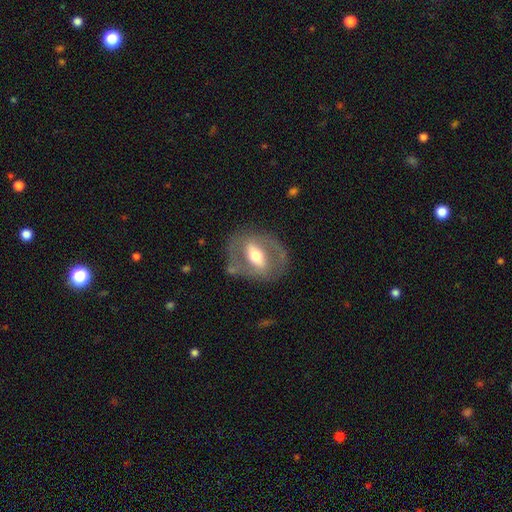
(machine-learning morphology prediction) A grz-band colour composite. It shows a featured or disk galaxy (71%) with a strong bar (54%), no spiral arms (54%) and a moderate central bulge (67%). Merging: none (71%).